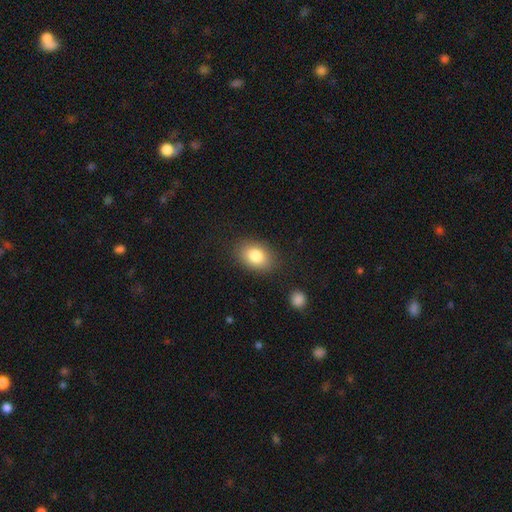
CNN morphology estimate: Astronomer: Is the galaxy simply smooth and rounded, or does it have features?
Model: smooth — 83%.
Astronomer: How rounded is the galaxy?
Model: in between — 75%.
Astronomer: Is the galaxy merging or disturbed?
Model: none — 84%.